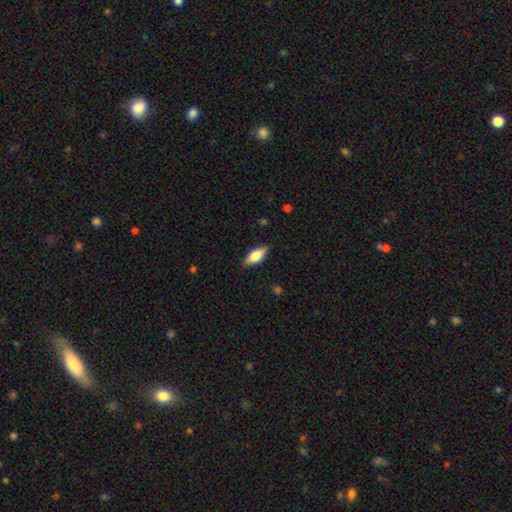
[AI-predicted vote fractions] Smooth or featured: smooth — 65% (featured or disk — 28%)
How rounded: in between — 78% (cigar-shaped — 20%)
Merging: none — 85% (minor disturbance — 12%)